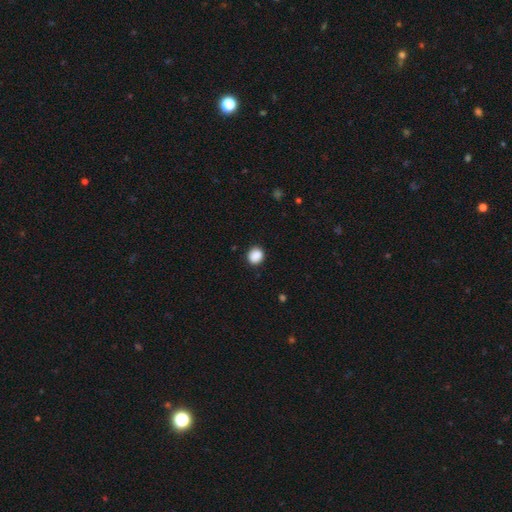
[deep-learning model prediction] A smooth galaxy with no disk features (89%) that is round (81%).

Vote fractions:
- Smooth or featured? smooth: 89% / star or artifact: 9% / featured or disk: 3%
- How rounded? round: 81% / in between: 18% / cigar-shaped: 1%
- Merging? none: 89% / minor disturbance: 8% / major disturbance: 2% / merger: 1%